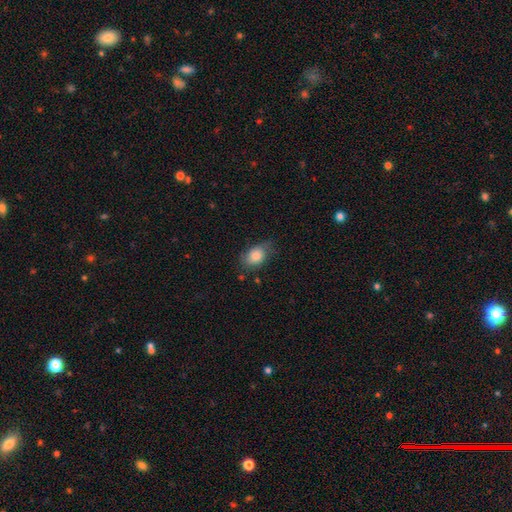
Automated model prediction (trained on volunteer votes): smooth 81%, featured or disk 11%, star or artifact 8%. Down the decision tree: how rounded — in between (81%); merging — none (60%).